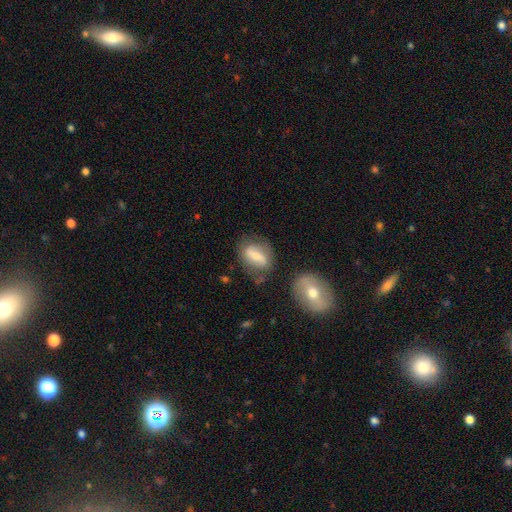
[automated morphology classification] Smooth or featured? Predicted: smooth (p=0.53). How rounded? Predicted: in between (p=0.75). Merging? Predicted: none (p=0.66).